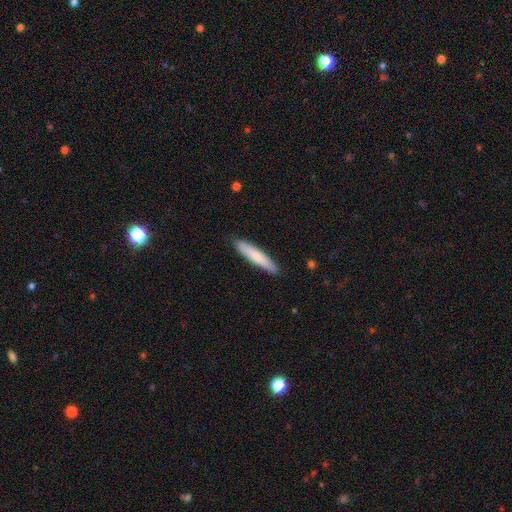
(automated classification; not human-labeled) smooth-or-featured: smooth: 77% | featured or disk: 18% | star or artifact: 5%
  how-rounded: cigar-shaped: 89% | in between: 10% | round: 1%
  merging: none: 90% | minor disturbance: 8% | major disturbance: 1% | merger: 1%